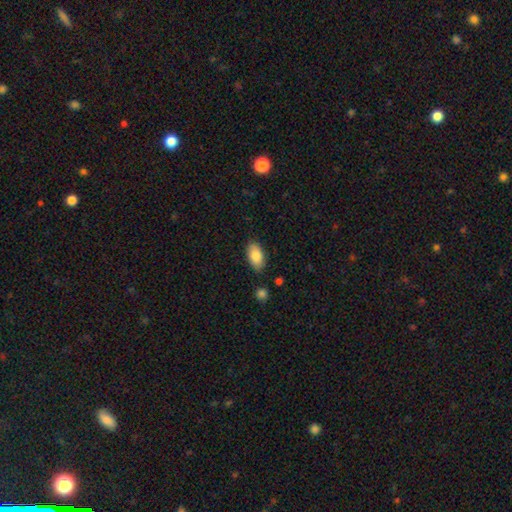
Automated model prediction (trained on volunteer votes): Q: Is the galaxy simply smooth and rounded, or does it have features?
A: smooth — 84%.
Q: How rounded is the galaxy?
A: in between — 94%.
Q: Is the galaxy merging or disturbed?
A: none — 85%.